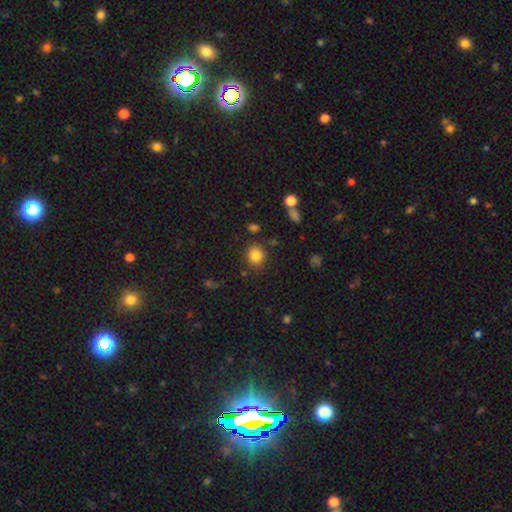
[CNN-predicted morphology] smooth-or-featured: smooth: 83% | star or artifact: 11% | featured or disk: 6%
  how-rounded: round: 81% | in between: 18% | cigar-shaped: 1%
  merging: none: 83% | minor disturbance: 10% | merger: 4% | major disturbance: 3%